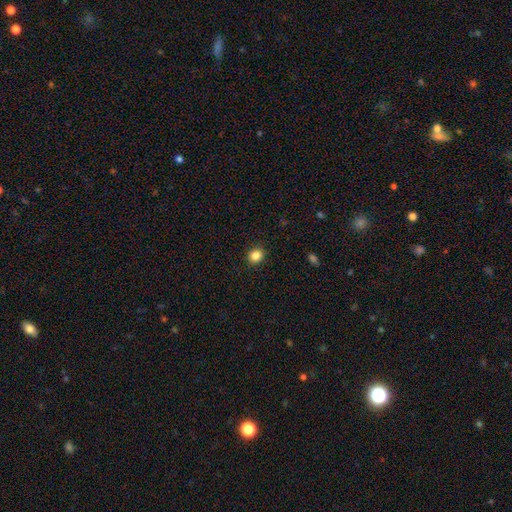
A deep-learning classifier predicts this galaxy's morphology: Smooth or featured?
  - smooth: 84% *
  - star or artifact: 11%
  - featured or disk: 5%
How rounded?
  - round: 75% *
  - in between: 24%
  - cigar-shaped: 1%
Merging?
  - none: 91% *
  - minor disturbance: 6%
  - major disturbance: 2%
  - merger: 1%